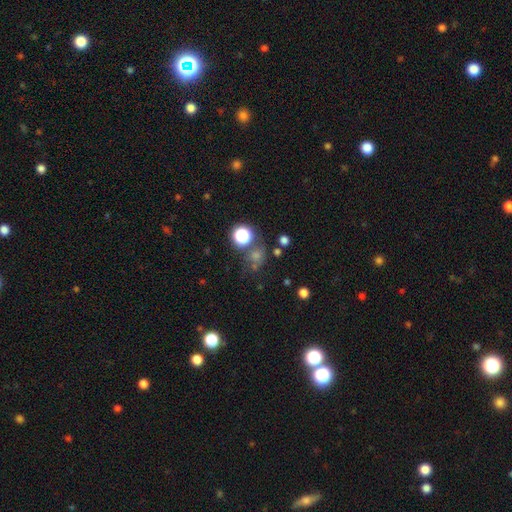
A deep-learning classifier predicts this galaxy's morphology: smooth_or_featured: star or artifact (p=0.50) [alt: smooth p=0.38]